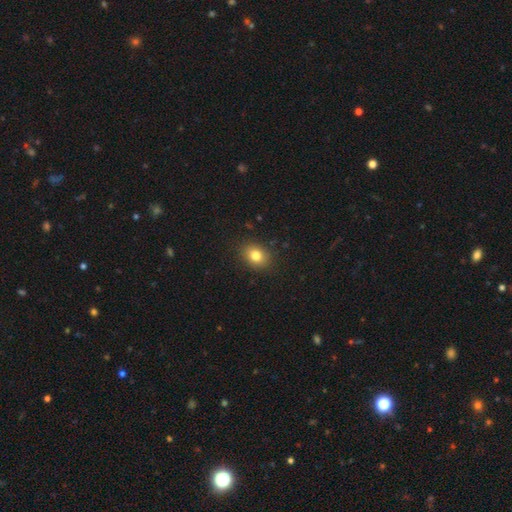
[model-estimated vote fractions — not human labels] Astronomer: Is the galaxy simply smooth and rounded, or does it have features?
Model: smooth — 81%.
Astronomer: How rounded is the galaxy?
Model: round — 50%, tied with in between at 50%.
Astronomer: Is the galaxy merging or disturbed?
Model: none — 88%.